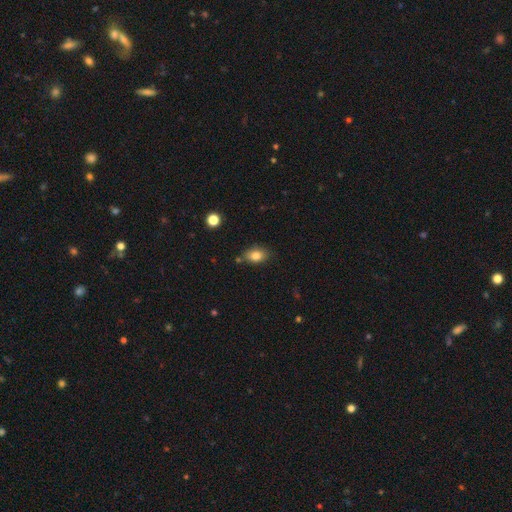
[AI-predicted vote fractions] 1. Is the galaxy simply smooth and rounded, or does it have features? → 83% smooth, 9% star or artifact, 8% featured or disk.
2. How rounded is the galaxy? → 81% in between, 18% round, 2% cigar-shaped.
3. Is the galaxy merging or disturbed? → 78% none, 15% minor disturbance, 5% merger, 3% major disturbance.